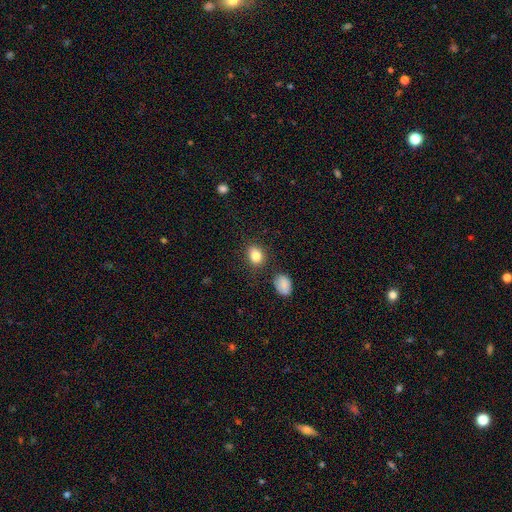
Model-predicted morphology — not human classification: The model was most divided on "how rounded": in between: 55%, round: 44%, cigar-shaped: 1%. More confident: smooth or featured — smooth (84%); merging — none (79%).